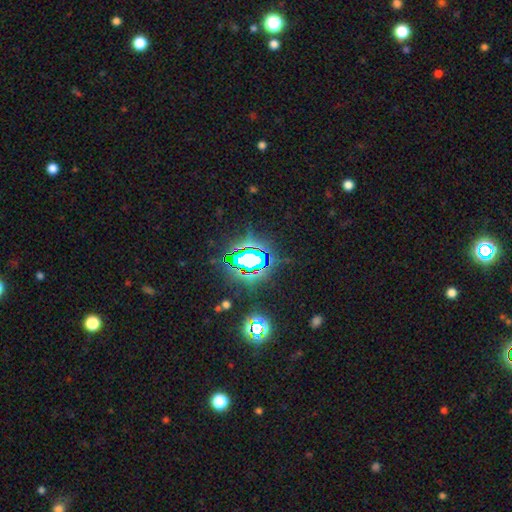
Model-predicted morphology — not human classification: star or artifact 80%, smooth 12%, featured or disk 8%.